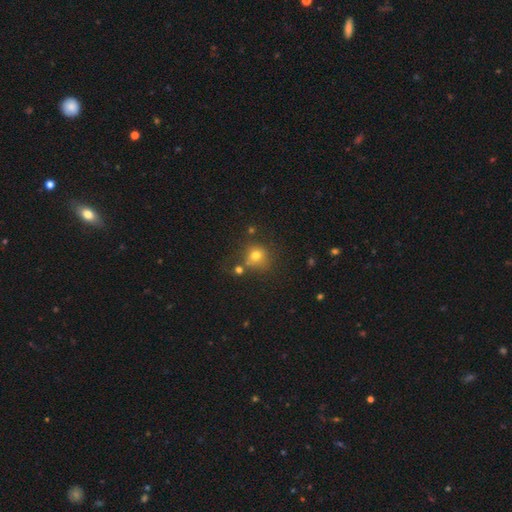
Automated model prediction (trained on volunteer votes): smooth-or-featured: smooth: 73% | star or artifact: 16% | featured or disk: 10%
  how-rounded: round: 86% | in between: 13% | cigar-shaped: 1%
  merging: none: 63% | merger: 17% | minor disturbance: 14% | major disturbance: 6%